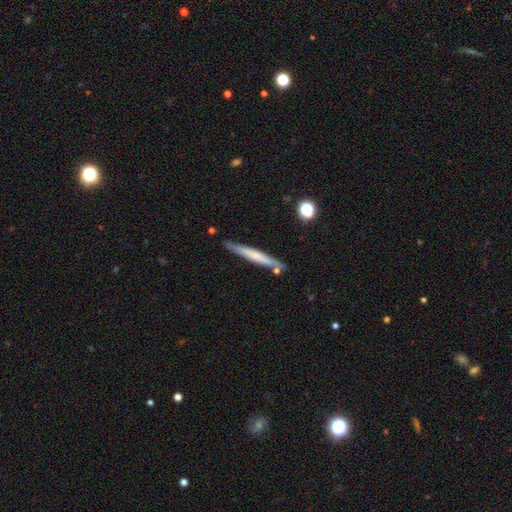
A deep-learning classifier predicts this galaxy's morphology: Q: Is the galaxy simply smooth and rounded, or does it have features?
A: smooth — 51%.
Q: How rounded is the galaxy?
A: cigar-shaped — 96%.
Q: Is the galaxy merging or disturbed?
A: none — 82%.